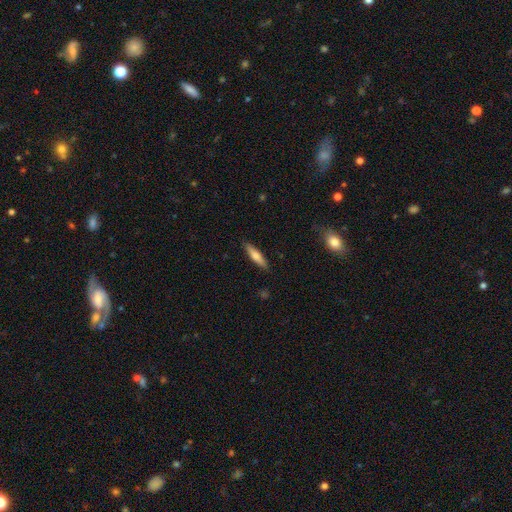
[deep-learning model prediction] smooth-or-featured: smooth: 61% | featured or disk: 33% | star or artifact: 6%
  how-rounded: cigar-shaped: 78% | in between: 21% | round: 2%
  merging: none: 89% | minor disturbance: 8% | major disturbance: 2% | merger: 1%